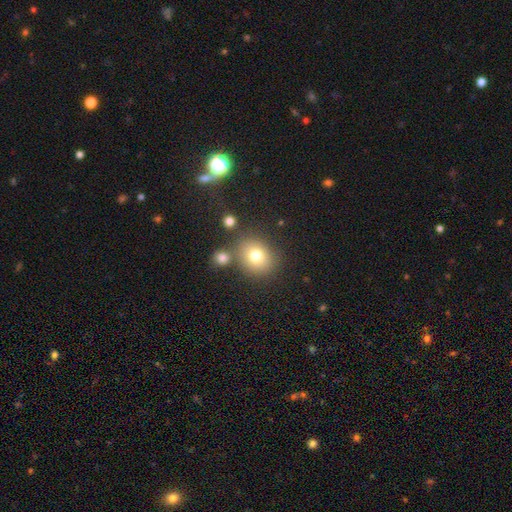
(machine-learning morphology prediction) Smooth or featured?
  - smooth: 76% *
  - star or artifact: 13%
  - featured or disk: 11%
How rounded?
  - round: 67% *
  - in between: 32%
  - cigar-shaped: 1%
Merging?
  - none: 73% *
  - merger: 12%
  - minor disturbance: 11%
  - major disturbance: 4%